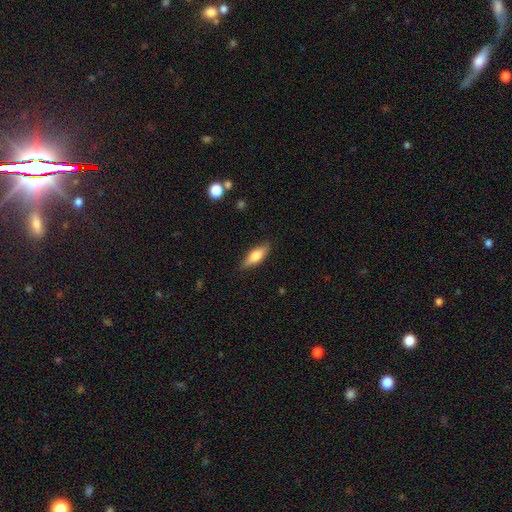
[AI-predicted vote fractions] Smooth or featured? smooth (67%)
How rounded? in between (60%)
Merging? none (86%)